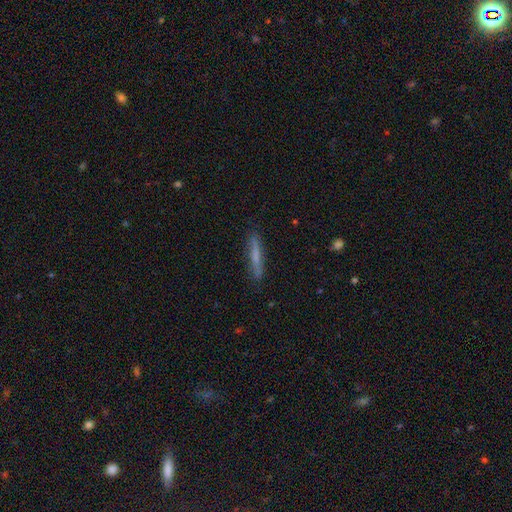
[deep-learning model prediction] Smooth or featured: smooth — 59% (featured or disk — 34%)
How rounded: cigar-shaped — 95% (in between — 4%)
Merging: none — 89% (minor disturbance — 8%)